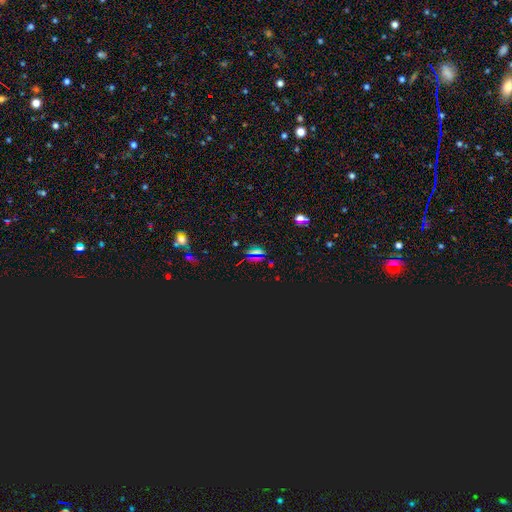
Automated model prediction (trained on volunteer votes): A star or artifact, not a galaxy (64%).